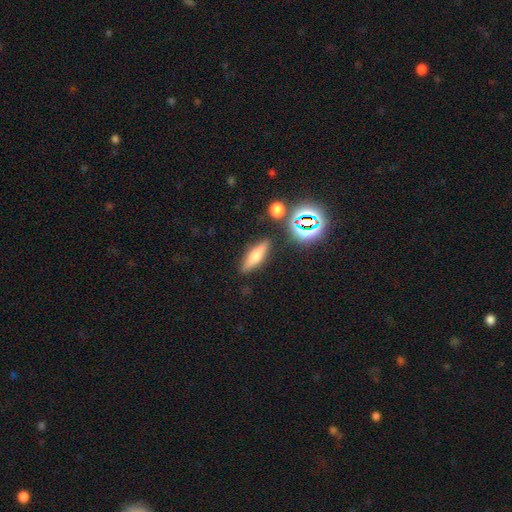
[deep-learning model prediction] A smooth galaxy with no disk features (52%) that is cigar-shaped (55%).

Vote fractions:
- Smooth or featured? smooth: 52% / featured or disk: 33% / star or artifact: 15%
- How rounded? cigar-shaped: 55% / in between: 38% / round: 6%
- Merging? none: 82% / minor disturbance: 10% / merger: 4% / major disturbance: 3%